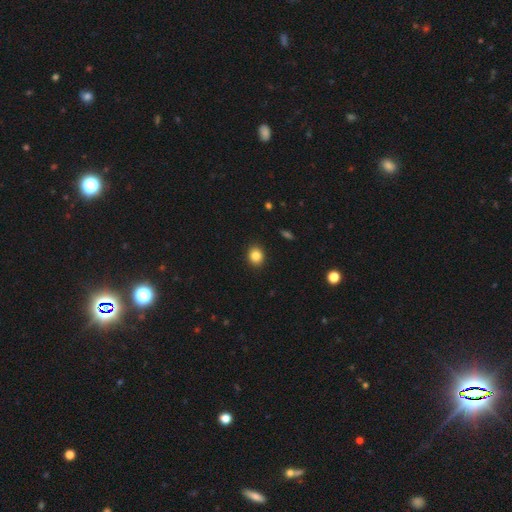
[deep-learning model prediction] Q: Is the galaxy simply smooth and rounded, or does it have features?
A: smooth — 85%.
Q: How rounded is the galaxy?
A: round — 67%.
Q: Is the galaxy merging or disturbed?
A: none — 91%.